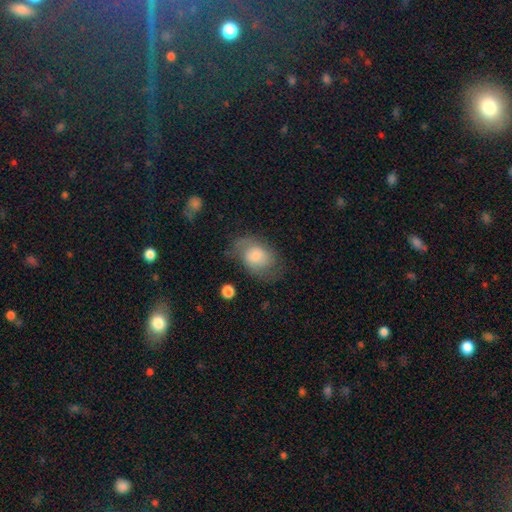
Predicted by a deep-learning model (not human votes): This appears to be a smooth galaxy with no disk features (59%) that is in between round and cigar-shaped (78%). Merging: none (57%).